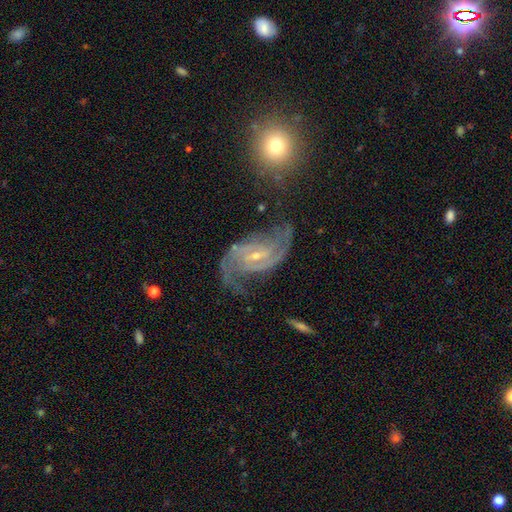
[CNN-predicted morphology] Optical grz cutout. It shows a featured or disk galaxy (90%) with a weak bar (49%), 2 (78%) medium (51%) spiral arms (98%) and a small central bulge (69%). Merging: none (63%).